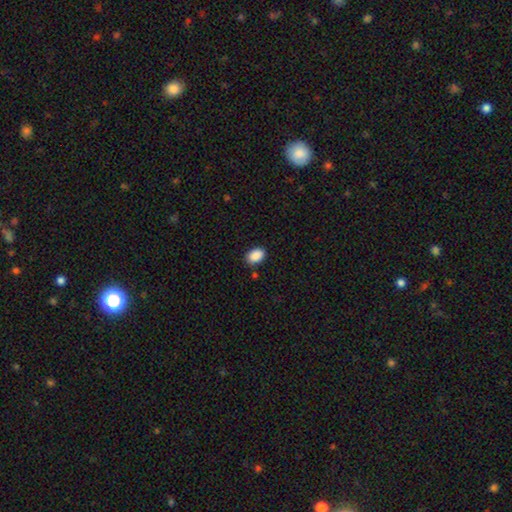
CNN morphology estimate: Smooth or featured: smooth — 89% (star or artifact — 8%)
How rounded: in between — 82% (round — 17%)
Merging: none — 84% (minor disturbance — 11%)